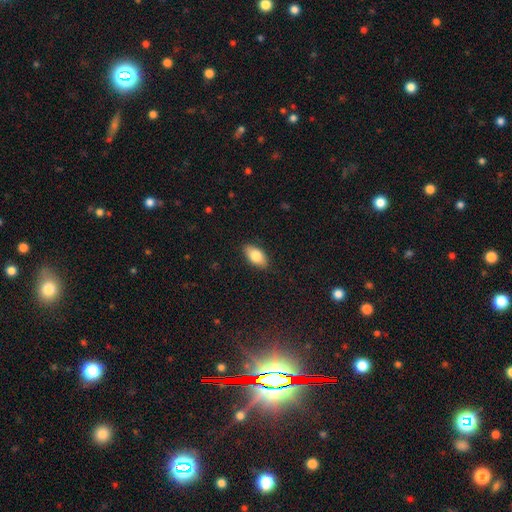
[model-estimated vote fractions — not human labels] Morphology: type=smooth (79%); roundness=in between (90%); merging=none (87%).